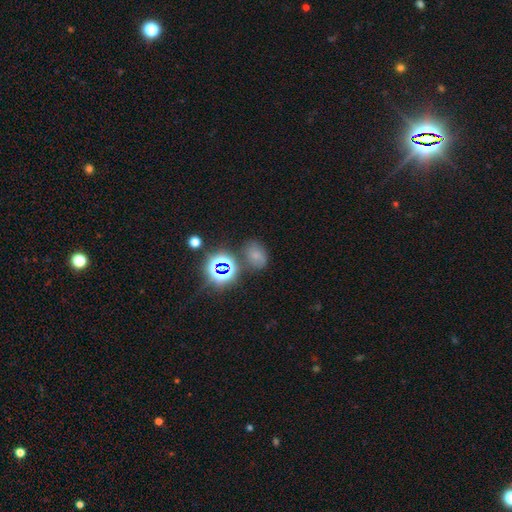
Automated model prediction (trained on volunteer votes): smooth-or-featured: smooth: 58% | star or artifact: 31% | featured or disk: 11%
  how-rounded: in between: 67% | round: 32% | cigar-shaped: 1%
  merging: none: 67% | minor disturbance: 18% | merger: 8% | major disturbance: 7%